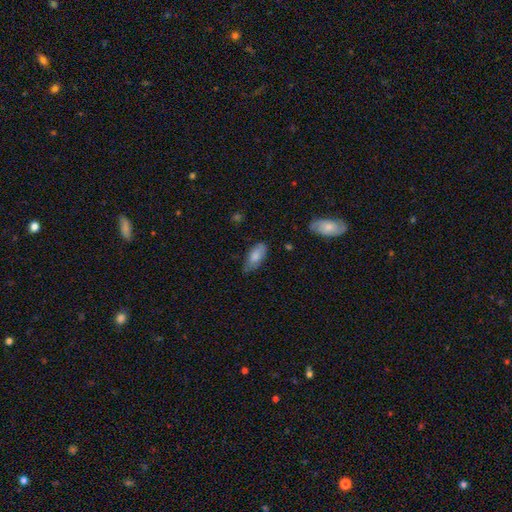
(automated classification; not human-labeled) The model was most divided on "merging": none: 64%, minor disturbance: 29%, major disturbance: 5%, merger: 2%. More confident: how rounded — in between (87%); smooth or featured — smooth (76%).